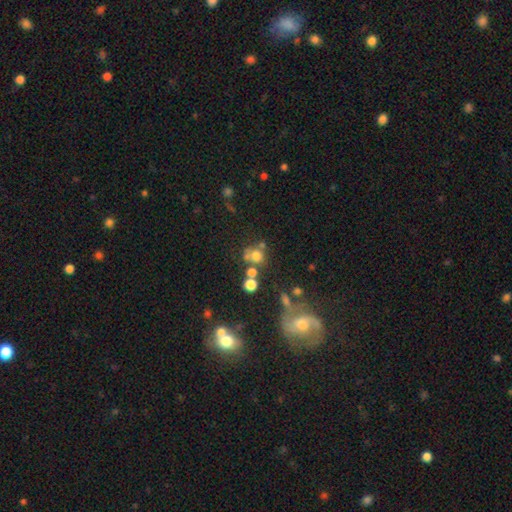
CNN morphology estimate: This appears to be a smooth galaxy with no disk features (63%) that is round (80%). Merging: none (46%).